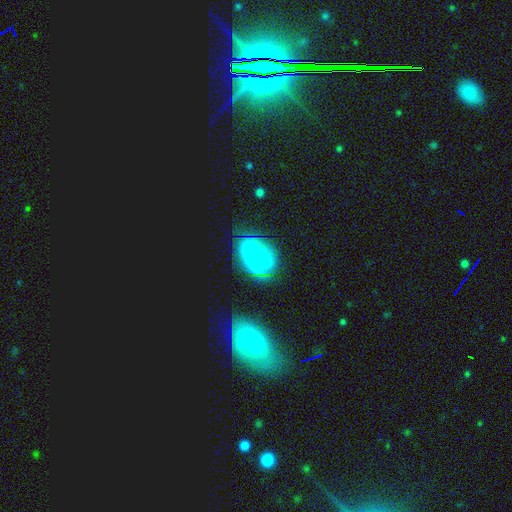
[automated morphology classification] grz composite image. It shows a smooth galaxy with no disk features (44%). Merging: none (45%).